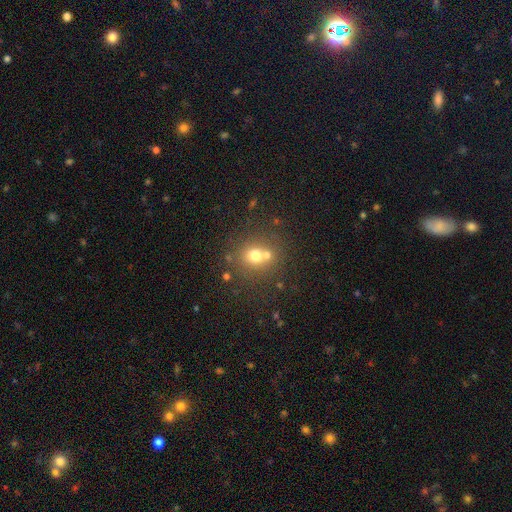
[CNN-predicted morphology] This is likely a smooth galaxy (68%). How rounded: likely round (77%). Merging: possibly none (52%).